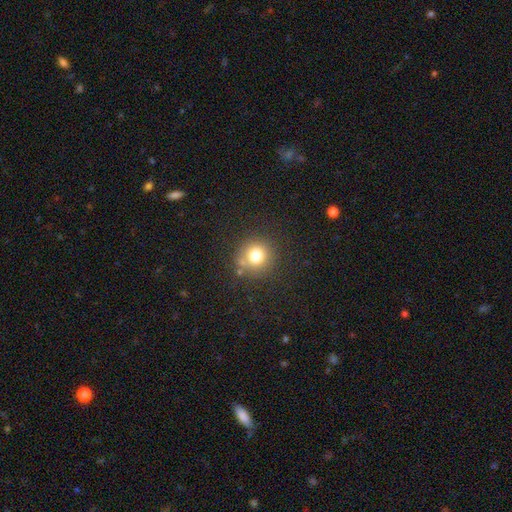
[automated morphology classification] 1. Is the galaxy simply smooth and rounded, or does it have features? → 78% smooth, 13% star or artifact, 9% featured or disk.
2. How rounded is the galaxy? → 91% round, 8% in between, 1% cigar-shaped.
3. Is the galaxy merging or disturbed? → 75% none, 13% minor disturbance, 8% merger, 5% major disturbance.